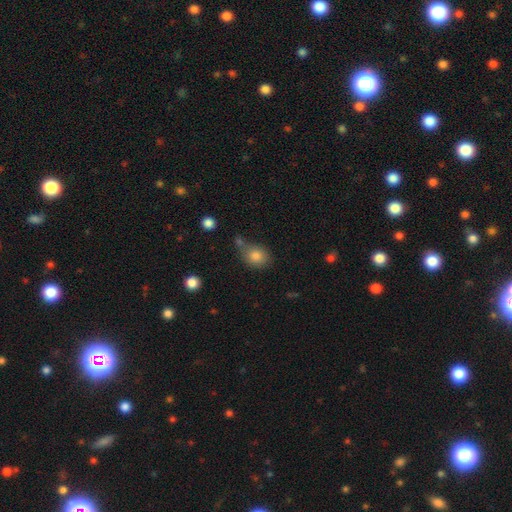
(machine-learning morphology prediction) Smooth or featured: smooth — 82% (star or artifact — 10%)
How rounded: round — 57% (in between — 42%)
Merging: none — 56% (minor disturbance — 20%)